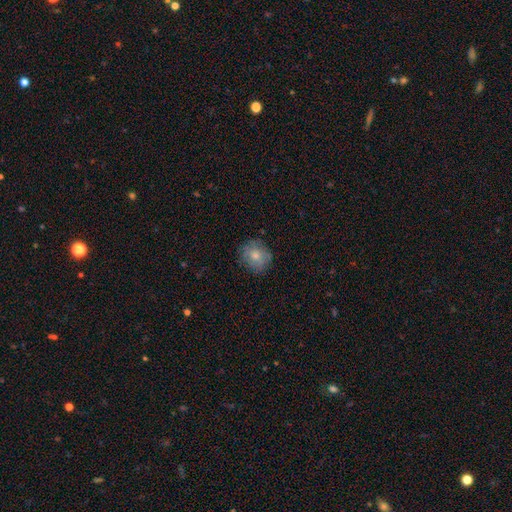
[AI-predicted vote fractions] Q: Smooth or featured?
A: smooth (75%); runner-up: featured or disk (17%)
Q: How rounded?
A: round (80%); runner-up: in between (19%)
Q: Merging?
A: none (78%); runner-up: minor disturbance (17%)